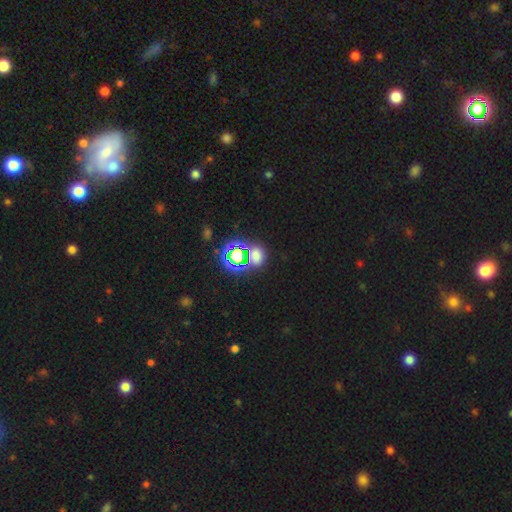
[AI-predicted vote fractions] Q: Smooth or featured?
A: star or artifact (48%); runner-up: smooth (42%)